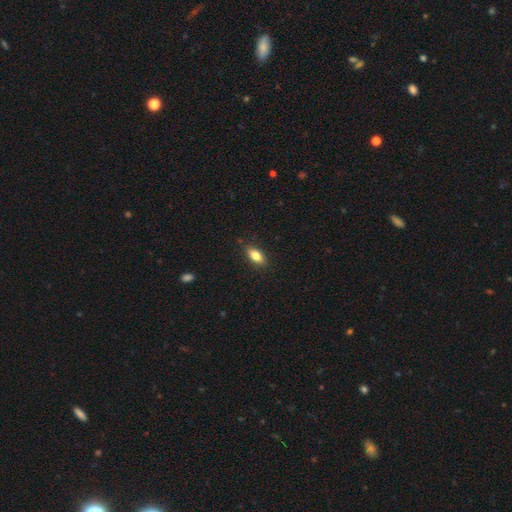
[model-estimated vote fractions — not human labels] Smooth or featured: smooth — 78% (featured or disk — 14%)
How rounded: in between — 83% (cigar-shaped — 12%)
Merging: none — 87% (minor disturbance — 10%)